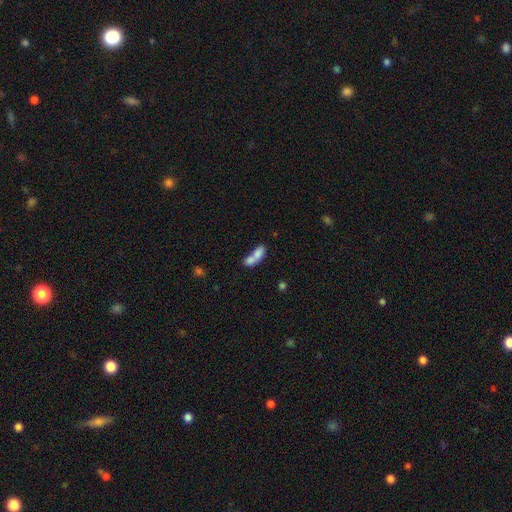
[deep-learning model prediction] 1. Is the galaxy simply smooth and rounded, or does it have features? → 73% smooth, 19% featured or disk, 9% star or artifact.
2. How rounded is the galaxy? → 75% in between, 17% cigar-shaped, 8% round.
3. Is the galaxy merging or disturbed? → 69% merger, 19% none, 7% minor disturbance, 5% major disturbance.